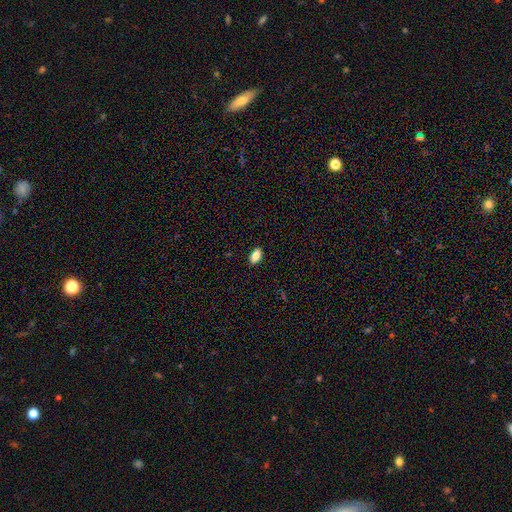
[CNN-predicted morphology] A smooth galaxy with no disk features (86%) that is in between round and cigar-shaped (90%).

Vote fractions:
- Smooth or featured? smooth: 86% / star or artifact: 8% / featured or disk: 6%
- How rounded? in between: 90% / cigar-shaped: 7% / round: 4%
- Merging? none: 89% / minor disturbance: 8% / major disturbance: 2% / merger: 1%